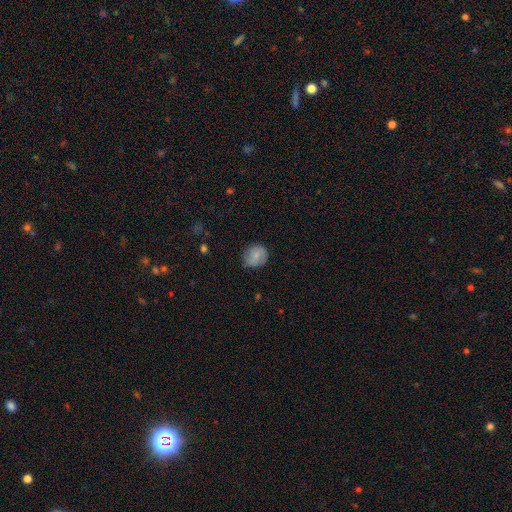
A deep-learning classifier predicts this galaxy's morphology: smooth-or-featured: smooth: 74% | featured or disk: 18% | star or artifact: 7%
  how-rounded: round: 77% | in between: 22% | cigar-shaped: 1%
  merging: none: 74% | minor disturbance: 20% | major disturbance: 5% | merger: 1%